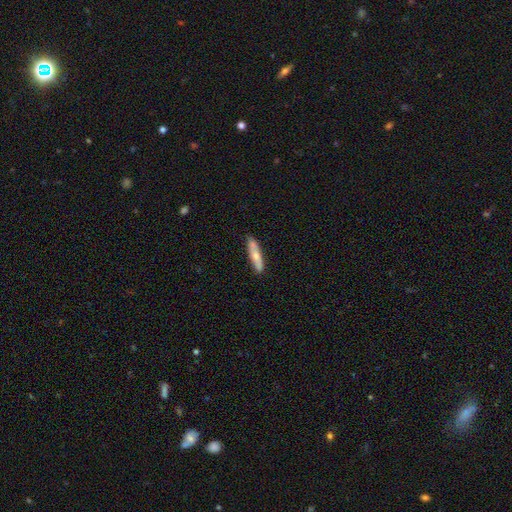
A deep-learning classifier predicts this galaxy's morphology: smooth-or-featured: smooth: 69% | featured or disk: 26% | star or artifact: 5%
  how-rounded: cigar-shaped: 82% | in between: 16% | round: 2%
  merging: none: 83% | minor disturbance: 13% | merger: 2% | major disturbance: 2%